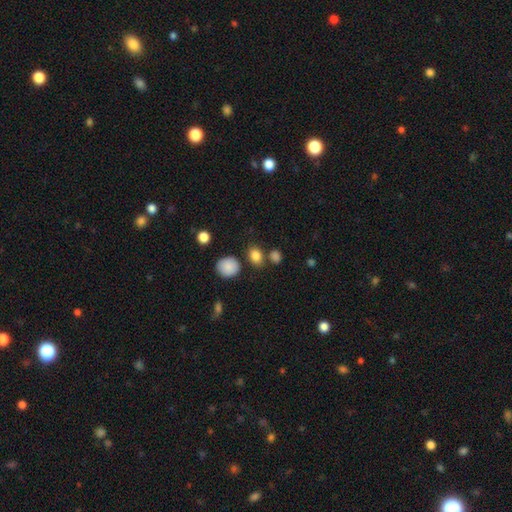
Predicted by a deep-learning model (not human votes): Overall: smooth (84%). How rounded: in between (54%; round 44%). Merging: none (74%).